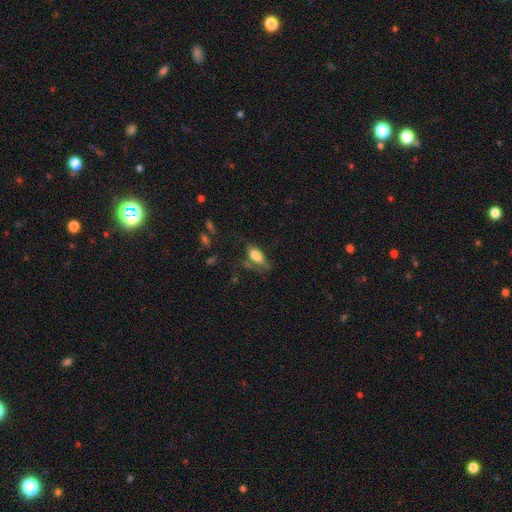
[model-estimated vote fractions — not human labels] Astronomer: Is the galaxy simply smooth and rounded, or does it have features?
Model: smooth — 69%.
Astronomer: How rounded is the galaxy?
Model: in between — 79%.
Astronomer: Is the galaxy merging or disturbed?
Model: none — 41% (runner-up: minor disturbance, 29%).